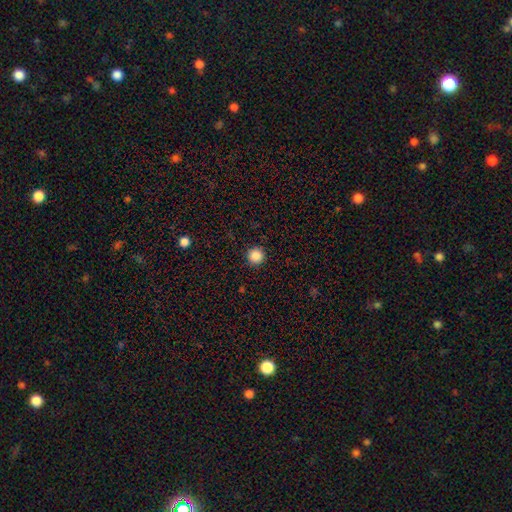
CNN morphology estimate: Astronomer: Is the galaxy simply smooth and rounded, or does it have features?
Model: smooth — 87%.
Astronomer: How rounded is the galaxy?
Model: round — 96%.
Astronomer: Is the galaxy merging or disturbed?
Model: none — 92%.